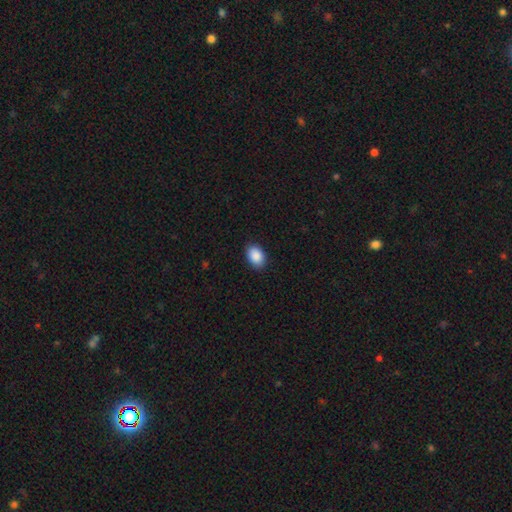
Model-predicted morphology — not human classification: Smooth or featured? smooth (90%)
How rounded? in between (82%)
Merging? none (88%)